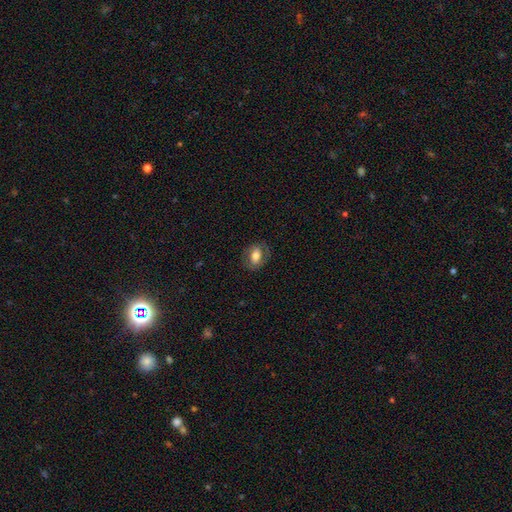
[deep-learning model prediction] Morphology: type=smooth (64%); roundness=in between (73%); merging=none (79%).